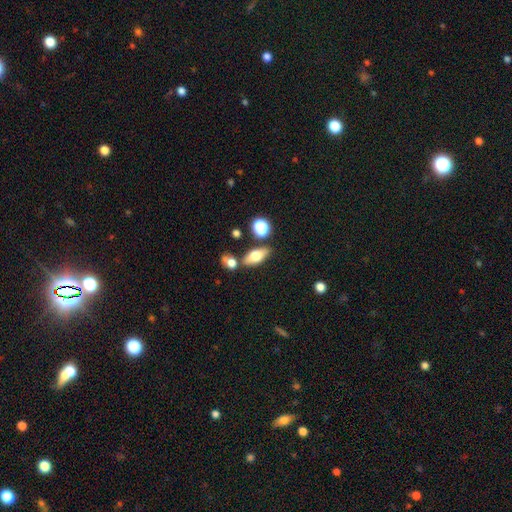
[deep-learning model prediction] Morphology: type=smooth (65%); roundness=in between (77%); merging=none (71%).